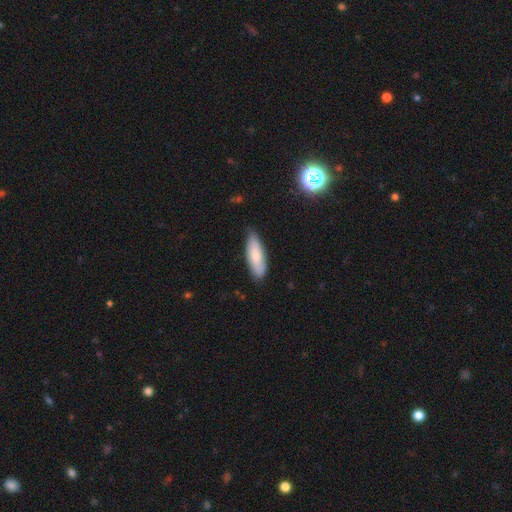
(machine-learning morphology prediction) This is likely a smooth galaxy (76%). How rounded: possibly in between (60%). Merging: likely none (75%).